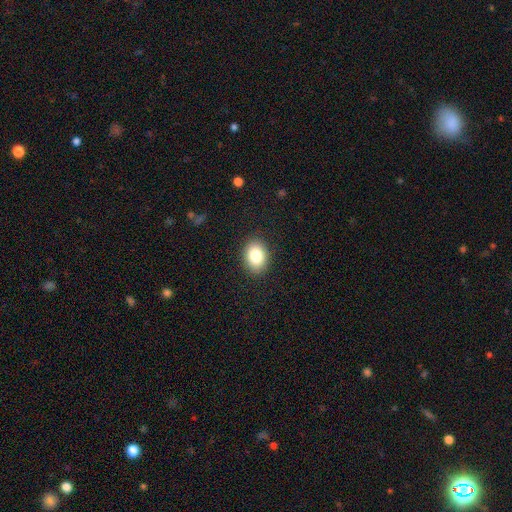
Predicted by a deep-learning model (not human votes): smooth_or_featured: smooth (p=0.84) [alt: star or artifact p=0.08]
how_rounded: in between (p=0.69) [alt: round p=0.30]
merging: none (p=0.89) [alt: minor disturbance p=0.08]